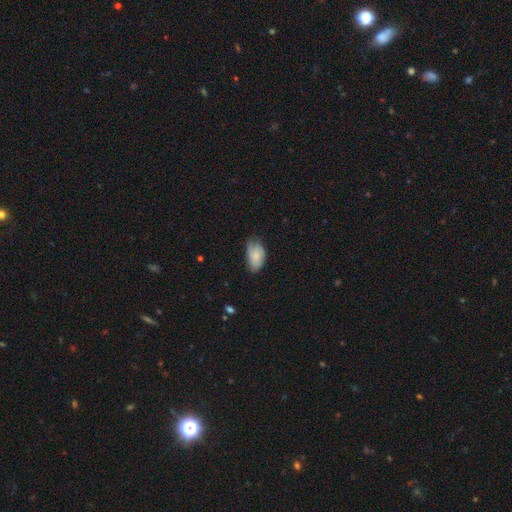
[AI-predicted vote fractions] smooth-or-featured: smooth: 74% | featured or disk: 20% | star or artifact: 7%
  how-rounded: in between: 92% | round: 6% | cigar-shaped: 2%
  merging: none: 44% | minor disturbance: 42% | major disturbance: 12% | merger: 2%